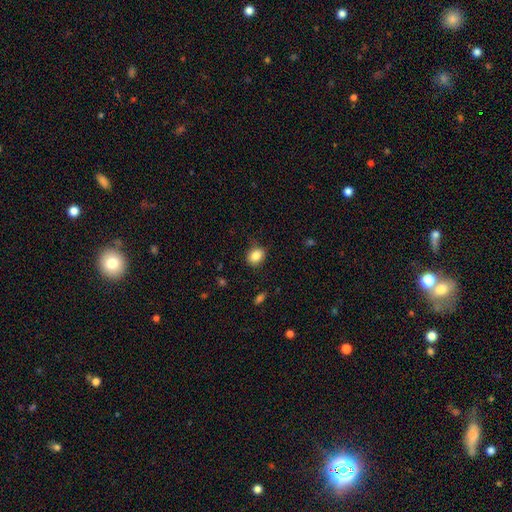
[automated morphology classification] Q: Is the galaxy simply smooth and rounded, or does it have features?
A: smooth — 85%.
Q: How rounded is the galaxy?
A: round — 50%.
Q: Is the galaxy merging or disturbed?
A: none — 80%.